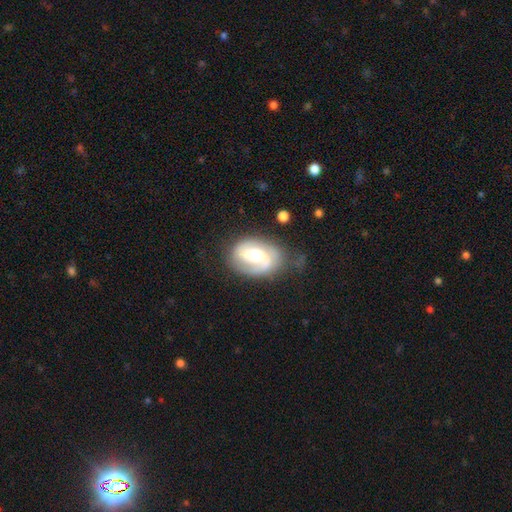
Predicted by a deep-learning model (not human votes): A featured or disk galaxy (79%) with a weak bar (44%), 2 (75%) medium (44%) spiral arms (93%) and a moderate central bulge (64%).

Vote fractions:
- Smooth or featured? featured or disk: 79% / smooth: 16% / star or artifact: 5%
- Edge-on disk? no: 97% / yes: 3%
- Bar? weak: 44% / no: 40% / strong: 16%
- Spiral arms? yes: 93% / no: 7%
- Spiral winding? medium: 44% / tight: 35% / loose: 21%
- Spiral arm count? 2: 75% / 1: 11% / can't tell: 9% / 3: 2% / 4: 1% / more than 4: 1%
- Bulge size? moderate: 64% / small: 20% / large: 13% / none: 2% / dominant: 2%
- Merging? none: 65% / minor disturbance: 23% / major disturbance: 10% / merger: 2%